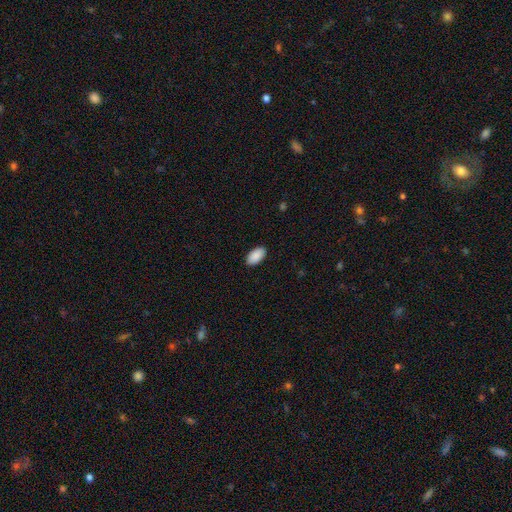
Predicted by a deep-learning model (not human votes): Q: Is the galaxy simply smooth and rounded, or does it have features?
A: smooth — 91%.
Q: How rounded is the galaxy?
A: in between — 96%.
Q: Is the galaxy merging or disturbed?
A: none — 89%.